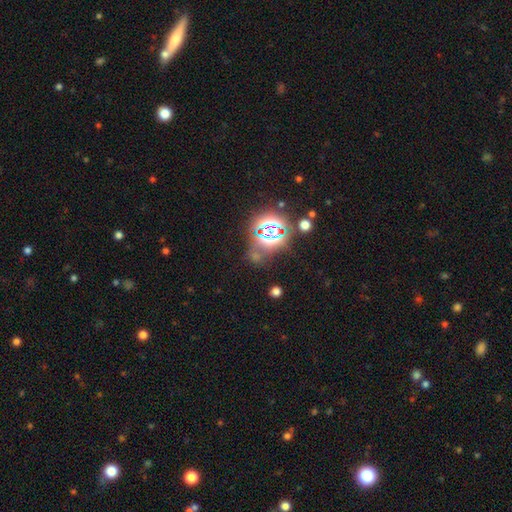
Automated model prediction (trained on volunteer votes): smooth-or-featured: star or artifact: 74% | smooth: 16% | featured or disk: 10%